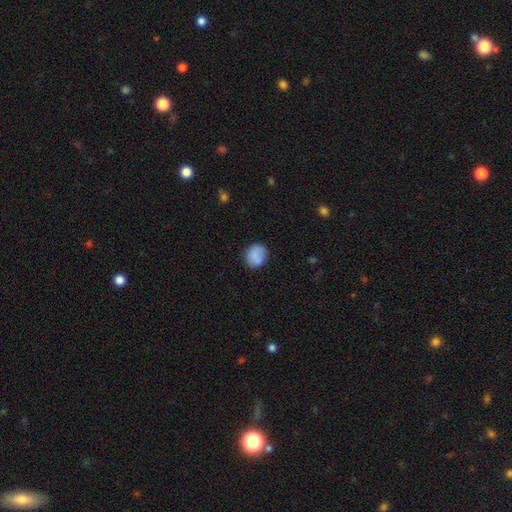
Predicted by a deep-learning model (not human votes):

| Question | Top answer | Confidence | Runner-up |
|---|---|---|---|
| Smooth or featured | smooth | 84% | featured or disk (8%) |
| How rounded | round | 69% | in between (30%) |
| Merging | none | 76% | minor disturbance (16%) |